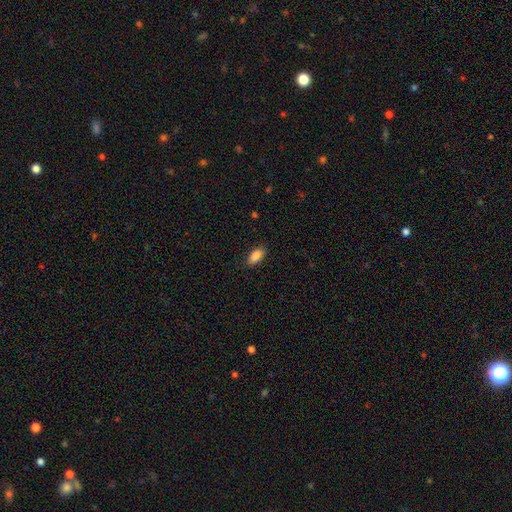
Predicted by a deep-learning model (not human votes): Morphology: type=smooth (88%); roundness=in between (90%); merging=none (85%).